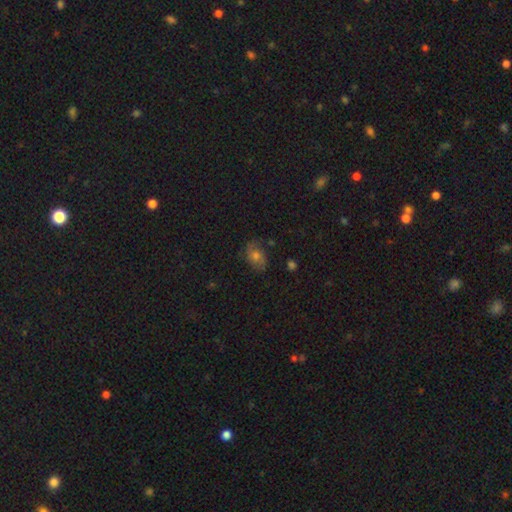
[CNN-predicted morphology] type=smooth (42%); merging=none (72%).